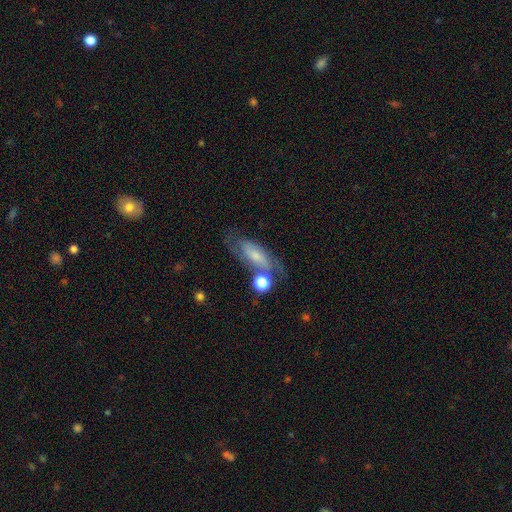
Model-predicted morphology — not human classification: type=featured or disk (50%); merging=none (54%).